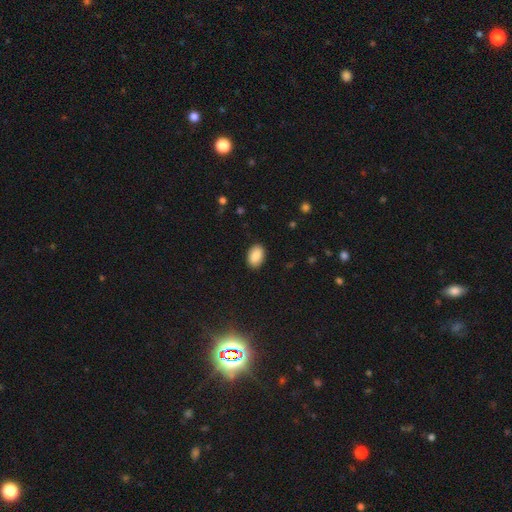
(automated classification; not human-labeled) A smooth galaxy with no disk features (89%) that is in between round and cigar-shaped (90%).

Vote fractions:
- Smooth or featured? smooth: 89% / star or artifact: 7% / featured or disk: 4%
- How rounded? in between: 90% / round: 9% / cigar-shaped: 1%
- Merging? none: 89% / minor disturbance: 8% / major disturbance: 2% / merger: 1%